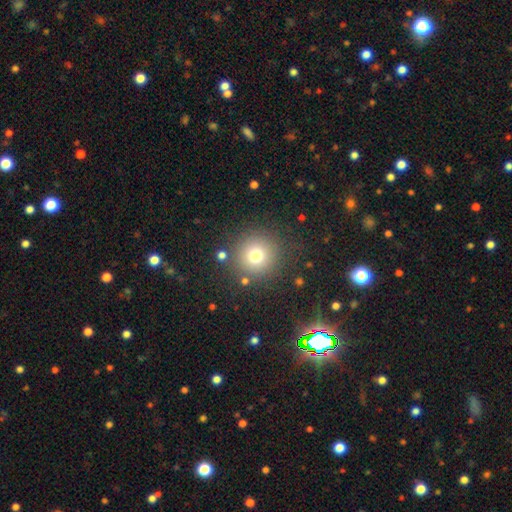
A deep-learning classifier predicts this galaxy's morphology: Smooth or featured: smooth — 73% (star or artifact — 16%)
How rounded: round — 95% (in between — 4%)
Merging: none — 86% (minor disturbance — 7%)